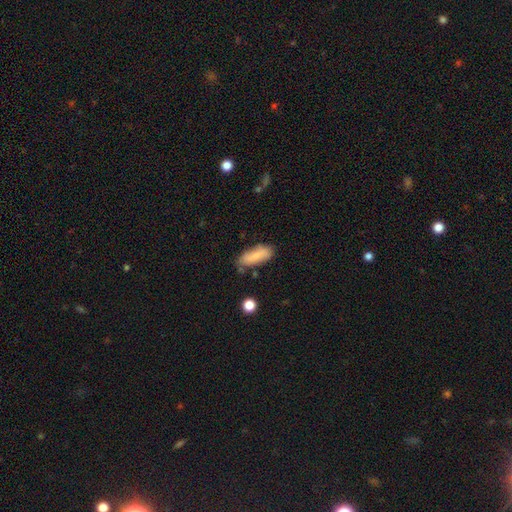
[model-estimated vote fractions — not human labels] Smooth or featured: smooth — 79% (featured or disk — 14%)
How rounded: in between — 69% (cigar-shaped — 28%)
Merging: none — 69% (minor disturbance — 22%)